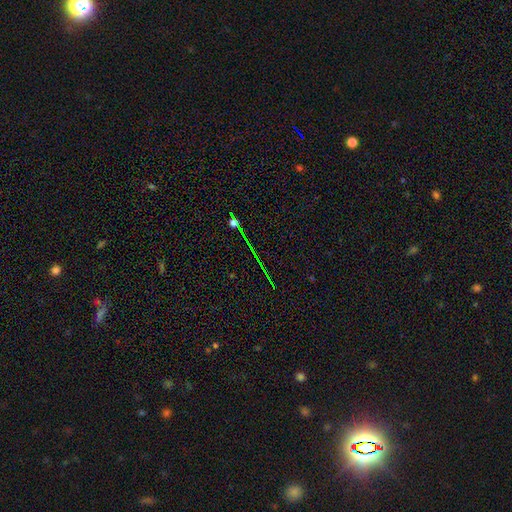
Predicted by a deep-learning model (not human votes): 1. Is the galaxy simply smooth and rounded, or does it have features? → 77% star or artifact, 12% featured or disk, 11% smooth.